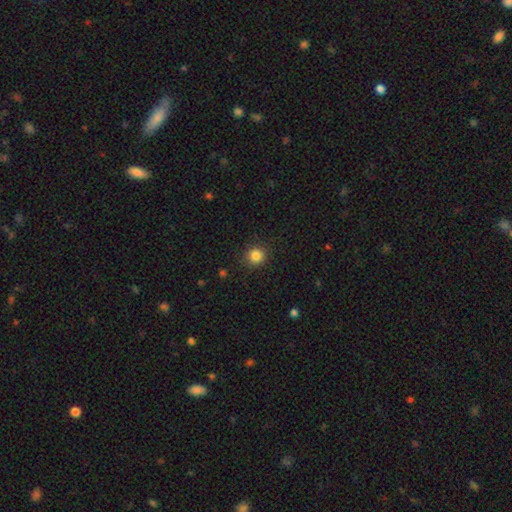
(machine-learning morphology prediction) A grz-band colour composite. It shows a smooth galaxy with no disk features (85%) that is round (93%). Merging: none (90%).